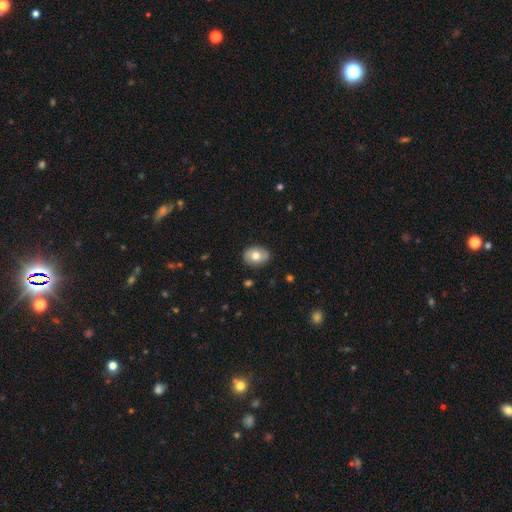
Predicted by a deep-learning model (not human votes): Smooth or featured? Predicted: smooth (p=0.70). How rounded? Predicted: in between (p=0.59). Merging? Predicted: none (p=0.85).